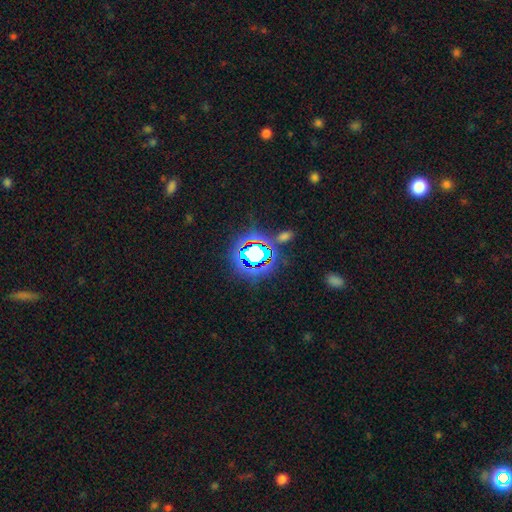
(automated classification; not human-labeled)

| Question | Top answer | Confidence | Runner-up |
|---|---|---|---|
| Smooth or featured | star or artifact | 69% | smooth (18%) |